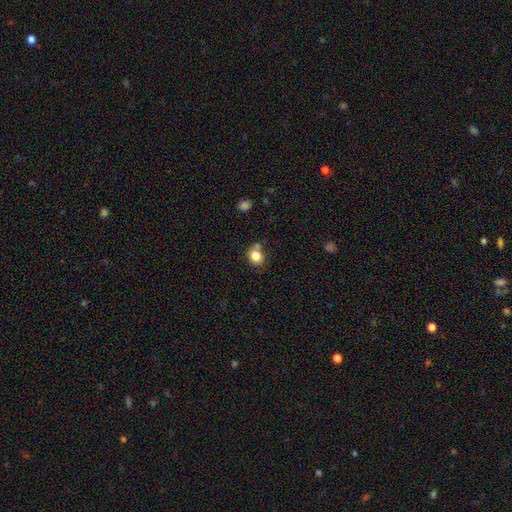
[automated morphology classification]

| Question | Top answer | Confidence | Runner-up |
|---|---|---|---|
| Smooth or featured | smooth | 83% | star or artifact (11%) |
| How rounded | round | 69% | in between (30%) |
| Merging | none | 66% | minor disturbance (15%) |